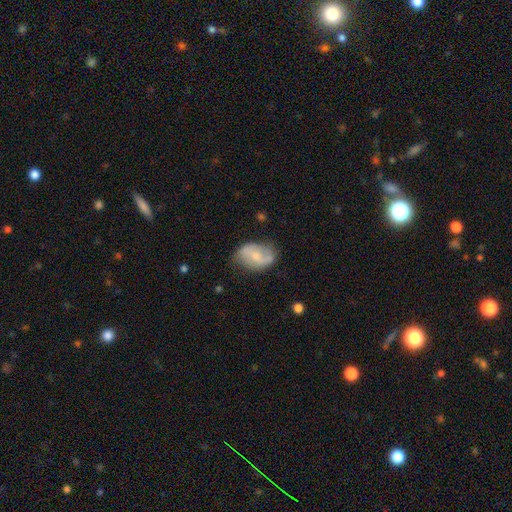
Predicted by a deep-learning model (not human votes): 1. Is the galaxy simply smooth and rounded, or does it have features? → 54% featured or disk, 39% smooth, 7% star or artifact.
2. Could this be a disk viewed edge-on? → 96% no, 4% yes.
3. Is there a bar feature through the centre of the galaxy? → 45% weak, 38% no, 17% strong.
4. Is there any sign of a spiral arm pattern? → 77% yes, 23% no.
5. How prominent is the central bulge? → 53% small, 37% moderate, 7% none, 2% large, 1% dominant.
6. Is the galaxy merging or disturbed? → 63% none, 27% minor disturbance, 8% major disturbance, 2% merger.